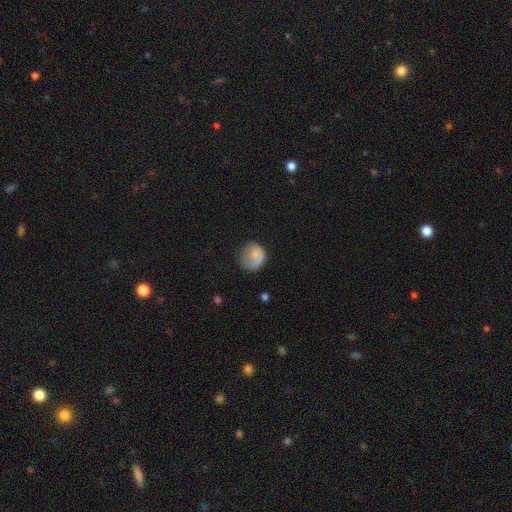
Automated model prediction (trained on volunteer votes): Smooth or featured? smooth (77%)
How rounded? round (78%)
Merging? none (51%)